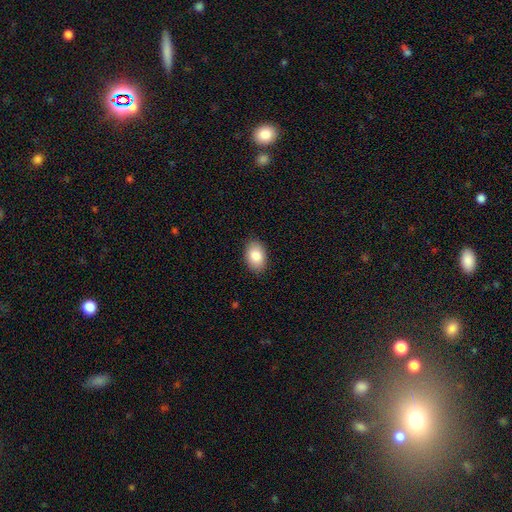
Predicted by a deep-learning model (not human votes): smooth-or-featured: smooth: 86% | featured or disk: 7% | star or artifact: 7%
  how-rounded: in between: 88% | round: 11% | cigar-shaped: 1%
  merging: none: 89% | minor disturbance: 9% | major disturbance: 2% | merger: 1%